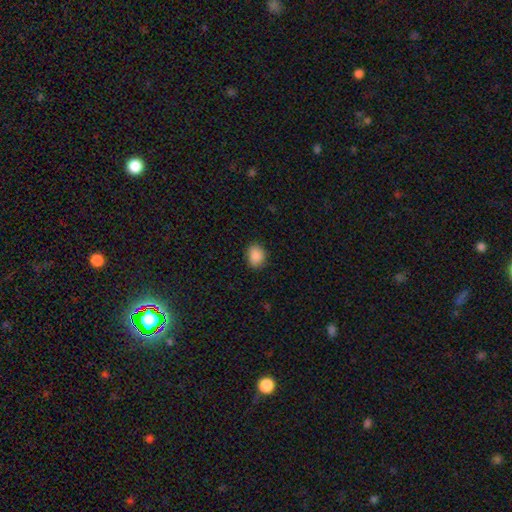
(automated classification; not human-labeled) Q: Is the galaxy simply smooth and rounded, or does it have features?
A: smooth — 89%.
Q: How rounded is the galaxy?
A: in between — 53%.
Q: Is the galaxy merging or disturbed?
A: none — 84%.